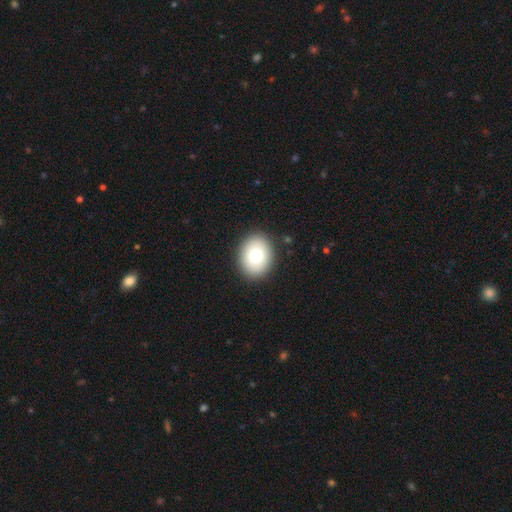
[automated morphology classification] A smooth galaxy with no disk features (75%) that is round (50%). Merging: none (90%).